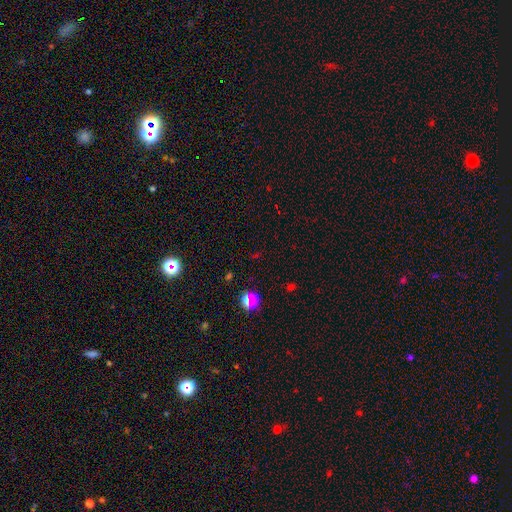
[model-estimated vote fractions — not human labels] This is likely a star or artifact rather than a galaxy (63%).